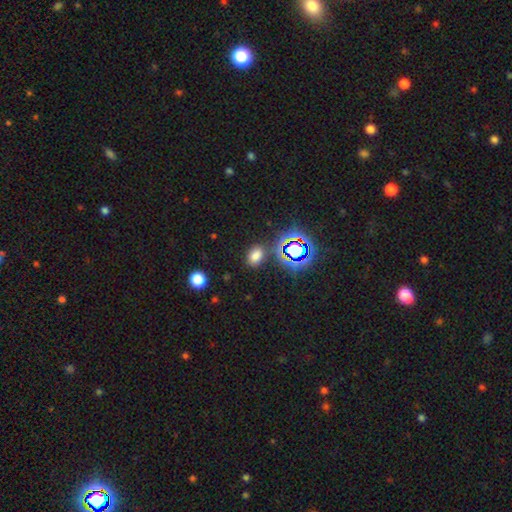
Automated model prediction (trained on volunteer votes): Morphology: type=smooth (68%); roundness=in between (76%); merging=none (81%).